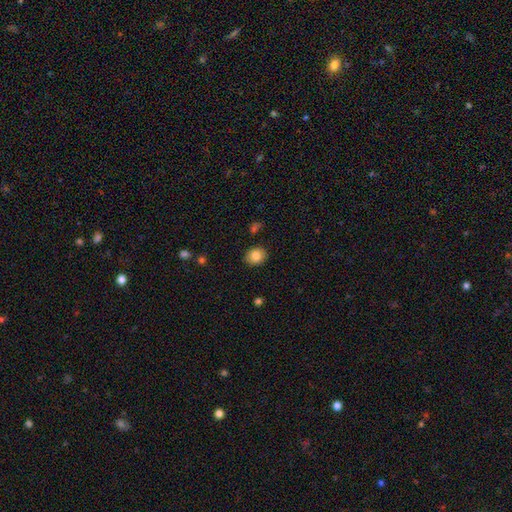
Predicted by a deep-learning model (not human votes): Smooth or featured? smooth (85%)
How rounded? round (67%)
Merging? none (88%)